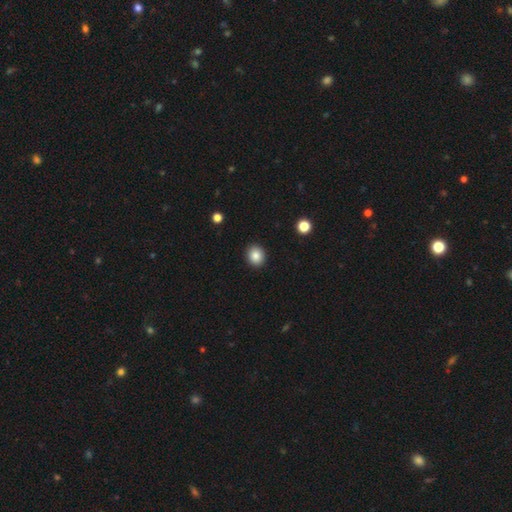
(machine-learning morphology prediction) type=smooth (85%); roundness=round (75%); merging=none (92%).